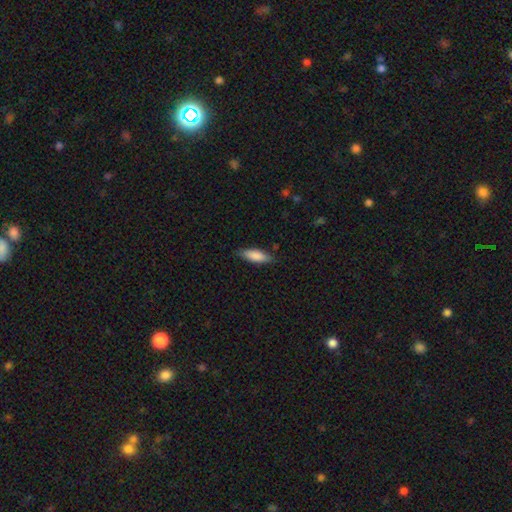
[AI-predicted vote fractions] This is clearly a smooth galaxy (84%). How rounded: possibly in between (59%). Merging: clearly none (82%).